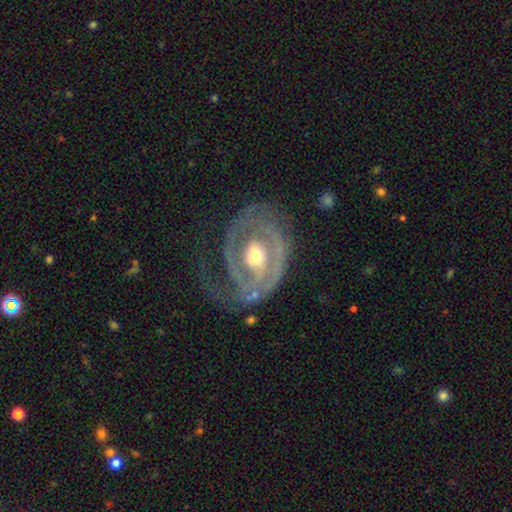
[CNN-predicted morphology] smooth-or-featured: featured or disk: 86% | smooth: 10% | star or artifact: 5%
  disk-edge-on: no: 96% | yes: 4%
    bar: no: 44% | weak: 37% | strong: 19%
    has-spiral-arms: yes: 86% | no: 14%
      spiral-winding: tight: 59% | medium: 29% | loose: 12%
      spiral-arm-count: 2: 44% | can't tell: 21% | 1: 20% | 3: 8% | 4: 4% | more than 4: 3%
    bulge-size: moderate: 64% | small: 28% | large: 6% | dominant: 1% | none: 1%
  merging: none: 52% | major disturbance: 24% | minor disturbance: 22% | merger: 3%